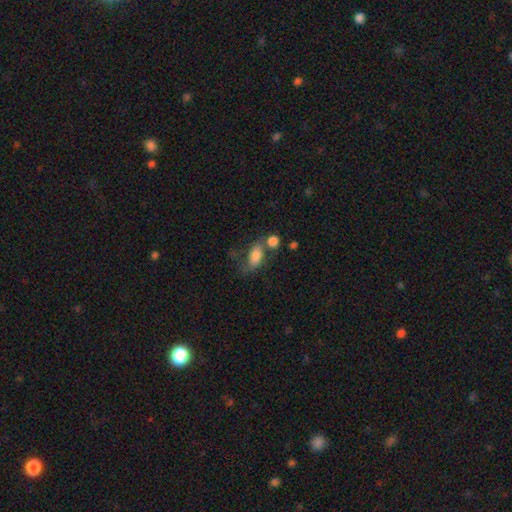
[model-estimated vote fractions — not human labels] This appears to be a smooth galaxy with no disk features (73%) that is in between round and cigar-shaped (85%). Merging: none (36%).